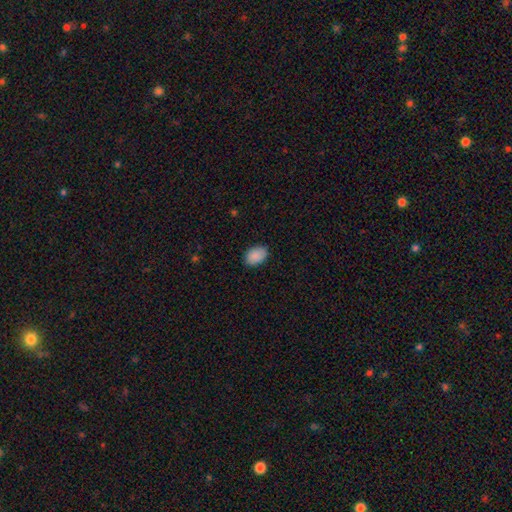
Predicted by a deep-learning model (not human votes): Smooth or featured?
  - smooth: 90% *
  - star or artifact: 7%
  - featured or disk: 3%
How rounded?
  - in between: 86% *
  - round: 13%
  - cigar-shaped: 1%
Merging?
  - none: 86% *
  - minor disturbance: 11%
  - major disturbance: 2%
  - merger: 1%